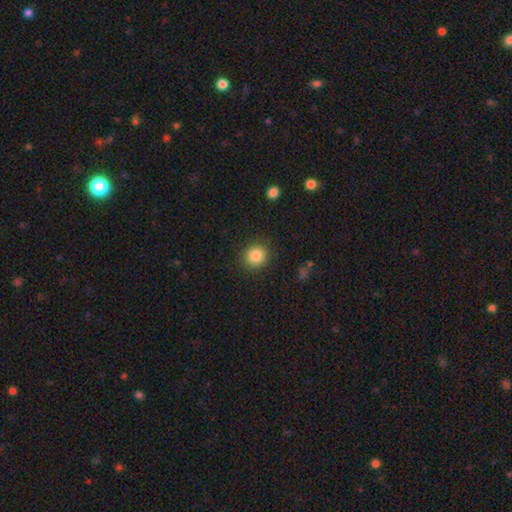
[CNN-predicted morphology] Smooth or featured?
  - smooth: 85% *
  - star or artifact: 10%
  - featured or disk: 5%
How rounded?
  - round: 87% *
  - in between: 12%
  - cigar-shaped: 1%
Merging?
  - none: 89% *
  - minor disturbance: 7%
  - major disturbance: 3%
  - merger: 1%